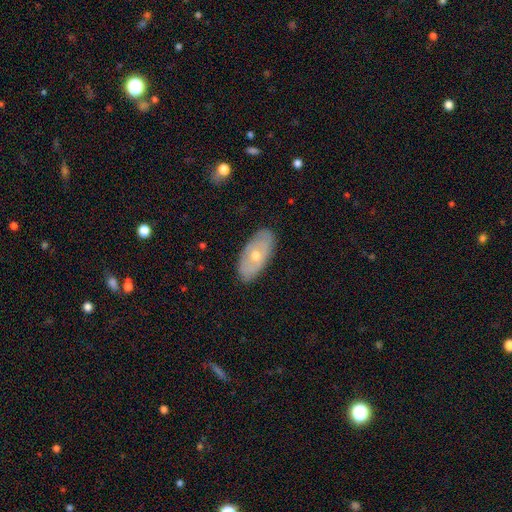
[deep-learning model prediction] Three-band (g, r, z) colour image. It shows a featured or disk galaxy (54%). Merging: none (85%).